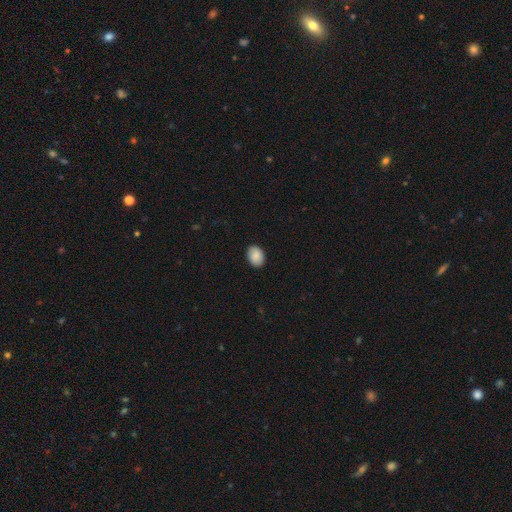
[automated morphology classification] A smooth galaxy with no disk features (89%) that is in between round and cigar-shaped (75%).

Vote fractions:
- Smooth or featured? smooth: 89% / star or artifact: 7% / featured or disk: 4%
- How rounded? in between: 75% / round: 24% / cigar-shaped: 1%
- Merging? none: 89% / minor disturbance: 9% / major disturbance: 2% / merger: 1%